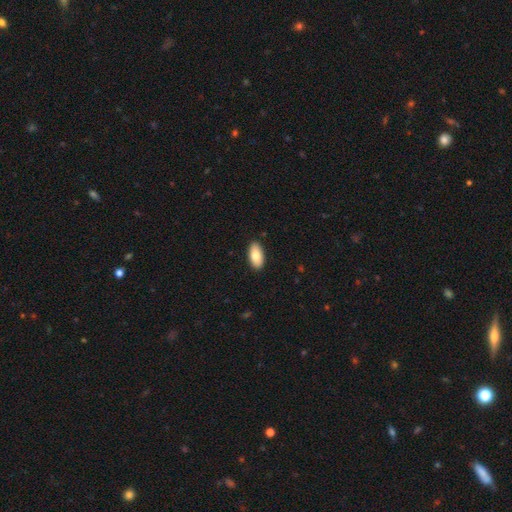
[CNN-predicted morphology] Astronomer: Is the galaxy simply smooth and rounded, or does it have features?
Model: smooth — 81%.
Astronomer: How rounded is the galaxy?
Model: in between — 93%.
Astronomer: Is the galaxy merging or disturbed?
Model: none — 89%.